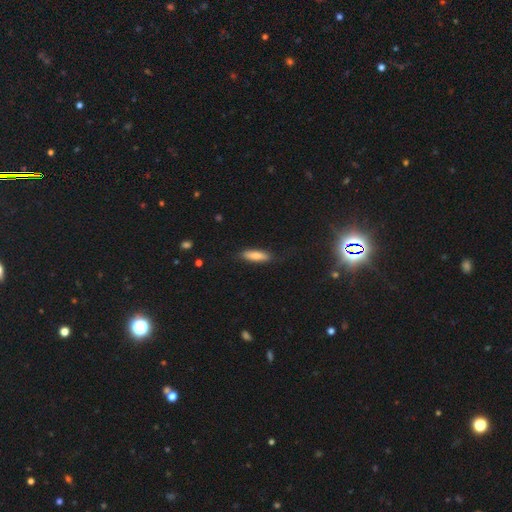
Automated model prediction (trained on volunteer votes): This appears to be a smooth galaxy with no disk features (78%) that is cigar-shaped (59%). Merging: none (81%).